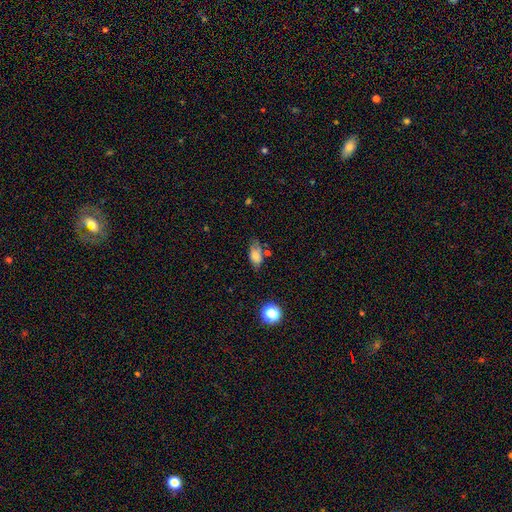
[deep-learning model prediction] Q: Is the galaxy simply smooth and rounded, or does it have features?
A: smooth — 73%.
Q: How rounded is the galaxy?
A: in between — 87%.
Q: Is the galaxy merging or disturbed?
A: none — 56%.